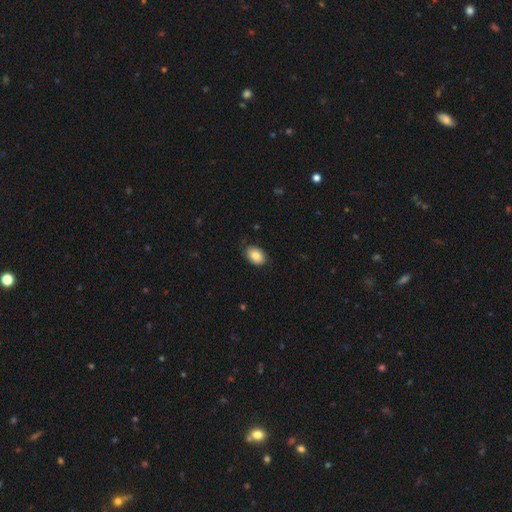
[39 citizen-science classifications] Overall: smooth (92%). How rounded: in between (89%). Merging: none (84%).